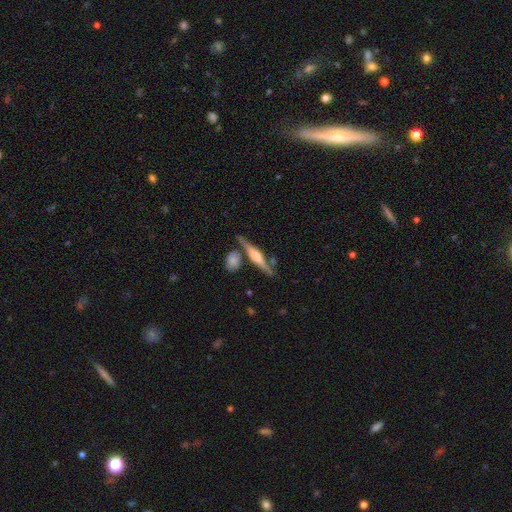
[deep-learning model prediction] Overall: featured or disk (71%). Edge-on disk: yes (96%). Edge-on bulge: rounded (71%). Merging: none (75%).